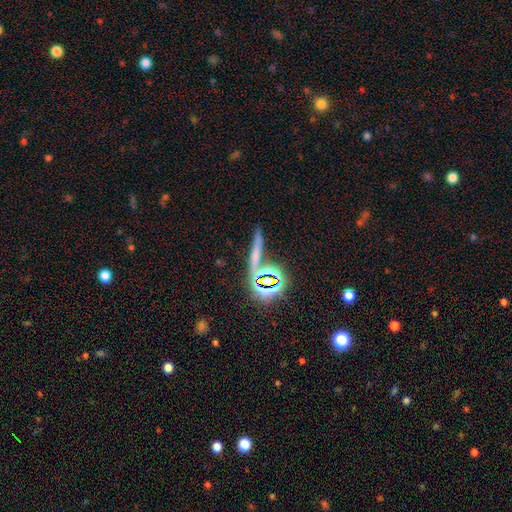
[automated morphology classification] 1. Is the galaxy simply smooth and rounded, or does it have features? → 40% smooth, 37% star or artifact, 23% featured or disk.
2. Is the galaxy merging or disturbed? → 63% none, 16% merger, 13% minor disturbance, 8% major disturbance.